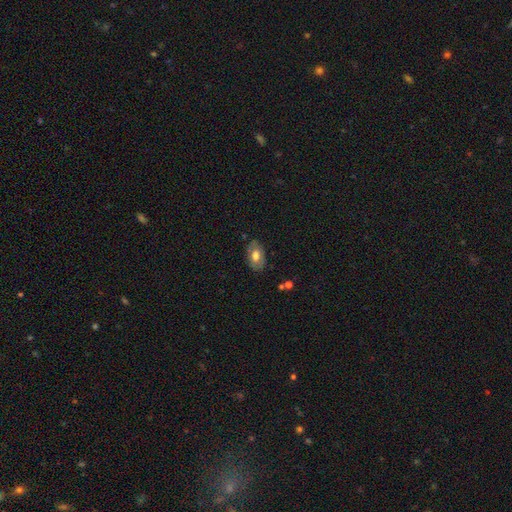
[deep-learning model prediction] A smooth galaxy with no disk features (58%) that is in between round and cigar-shaped (90%). Merging: none (79%).